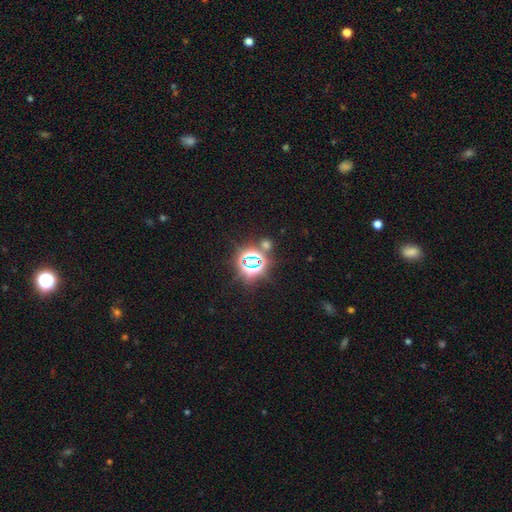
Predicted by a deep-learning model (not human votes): The model was most divided on "smooth or featured": star or artifact: 76%, smooth: 16%, featured or disk: 7%.